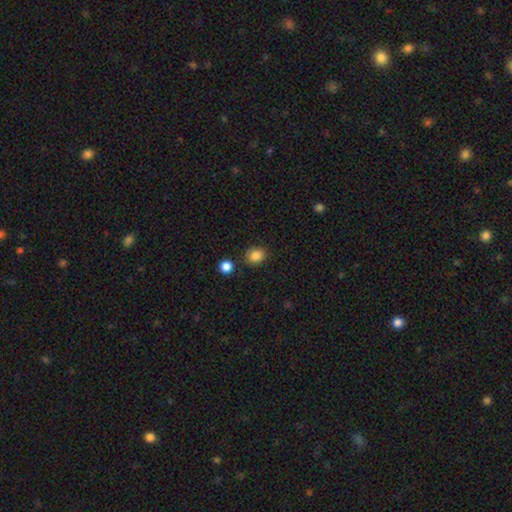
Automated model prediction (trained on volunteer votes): Overall: smooth (86%). How rounded: round (62%; in between 37%). Merging: none (83%).